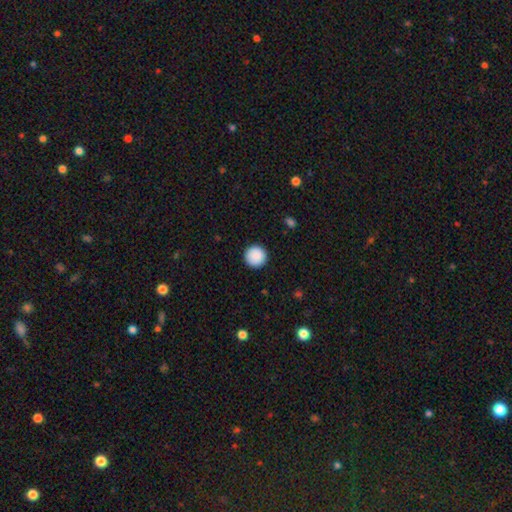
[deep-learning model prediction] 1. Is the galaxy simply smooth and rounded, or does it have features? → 90% smooth, 8% star or artifact, 3% featured or disk.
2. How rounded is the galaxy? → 97% round, 2% in between, 1% cigar-shaped.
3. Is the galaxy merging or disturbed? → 93% none, 5% minor disturbance, 2% major disturbance, 1% merger.